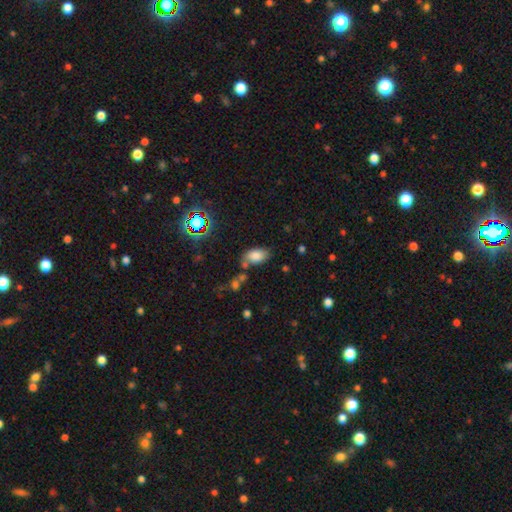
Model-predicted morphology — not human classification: Q: Smooth or featured?
A: smooth (79%); runner-up: star or artifact (11%)
Q: How rounded?
A: in between (91%); runner-up: round (6%)
Q: Merging?
A: none (65%); runner-up: minor disturbance (18%)